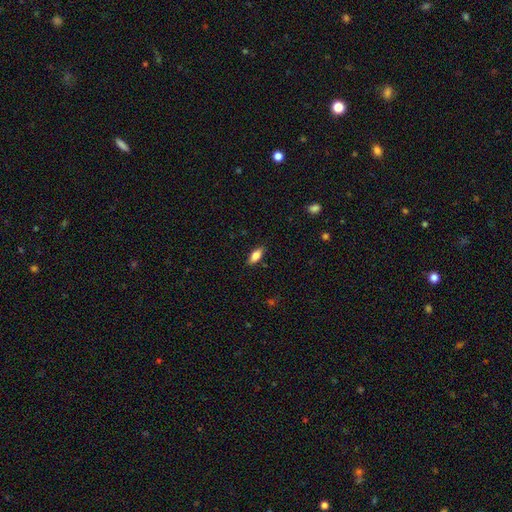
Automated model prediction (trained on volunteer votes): Smooth or featured?
  - smooth: 77% *
  - featured or disk: 16%
  - star or artifact: 7%
How rounded?
  - in between: 81% *
  - cigar-shaped: 16%
  - round: 3%
Merging?
  - none: 86% *
  - minor disturbance: 11%
  - major disturbance: 2%
  - merger: 1%